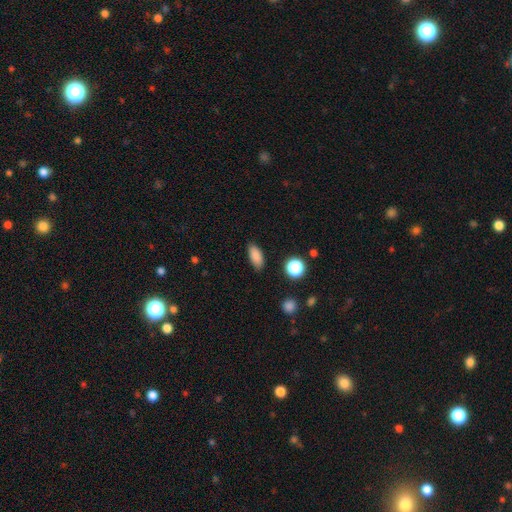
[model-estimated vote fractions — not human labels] Smooth or featured?
  - smooth: 86% *
  - star or artifact: 10%
  - featured or disk: 4%
How rounded?
  - in between: 83% *
  - cigar-shaped: 12%
  - round: 5%
Merging?
  - none: 86% *
  - minor disturbance: 10%
  - major disturbance: 3%
  - merger: 1%